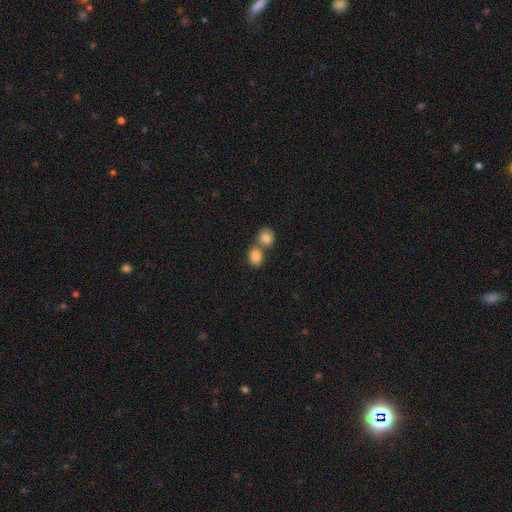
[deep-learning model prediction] smooth-or-featured: smooth: 85% | star or artifact: 9% | featured or disk: 6%
  how-rounded: in between: 59% | round: 40% | cigar-shaped: 1%
  merging: merger: 54% | none: 36% | minor disturbance: 7% | major disturbance: 3%